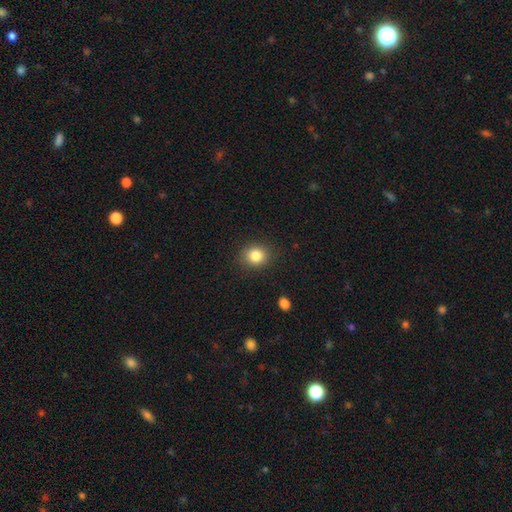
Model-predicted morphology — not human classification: smooth-or-featured: smooth: 84% | star or artifact: 10% | featured or disk: 6%
  how-rounded: round: 75% | in between: 24% | cigar-shaped: 1%
  merging: none: 87% | minor disturbance: 9% | major disturbance: 3% | merger: 1%